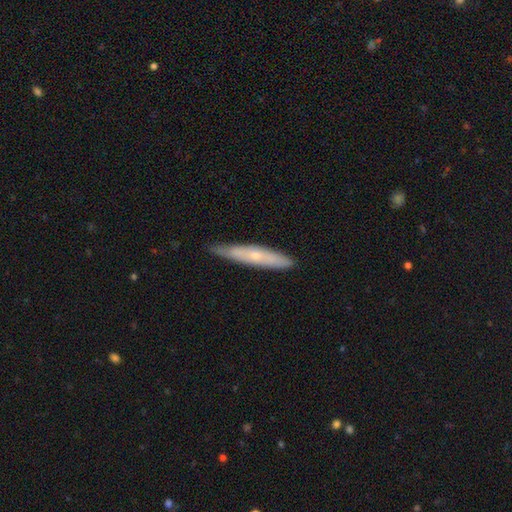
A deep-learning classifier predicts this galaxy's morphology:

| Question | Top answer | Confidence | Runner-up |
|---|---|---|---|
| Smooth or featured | featured or disk | 48% | smooth (46%) |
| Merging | none | 78% | minor disturbance (18%) |